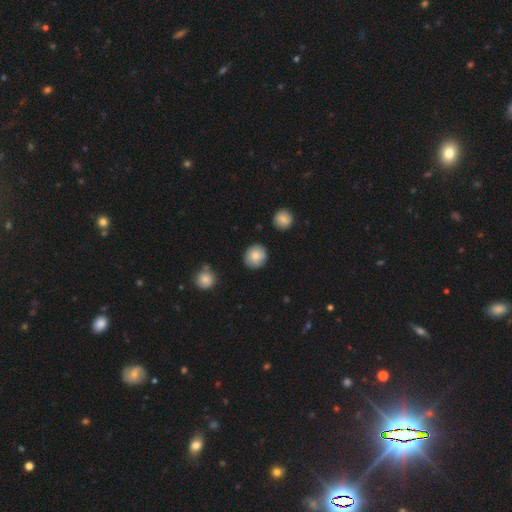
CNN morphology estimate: smooth_or_featured: smooth (p=0.82) [alt: featured or disk p=0.10]
how_rounded: round (p=0.85) [alt: in between p=0.14]
merging: none (p=0.84) [alt: minor disturbance p=0.11]